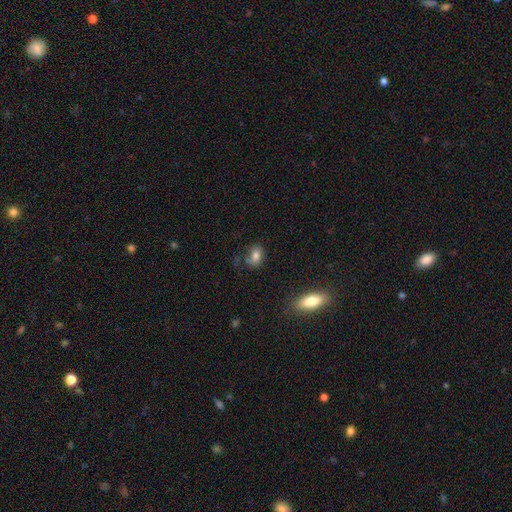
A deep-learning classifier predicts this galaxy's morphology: Smooth or featured: smooth — 79% (star or artifact — 12%)
How rounded: in between — 76% (round — 22%)
Merging: none — 64% (minor disturbance — 19%)